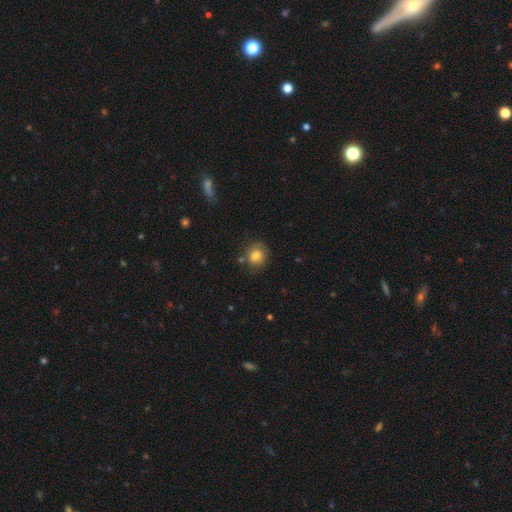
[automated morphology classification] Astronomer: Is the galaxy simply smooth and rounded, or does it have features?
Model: smooth — 76%.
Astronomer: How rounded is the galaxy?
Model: round — 81%.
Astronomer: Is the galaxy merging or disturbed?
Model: none — 69%.